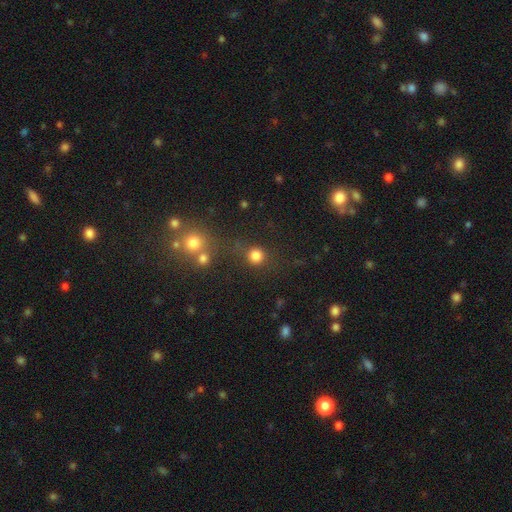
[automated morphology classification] smooth 81%, star or artifact 14%, featured or disk 5%. Down the decision tree: how rounded — round (93%); merging — none (76%).